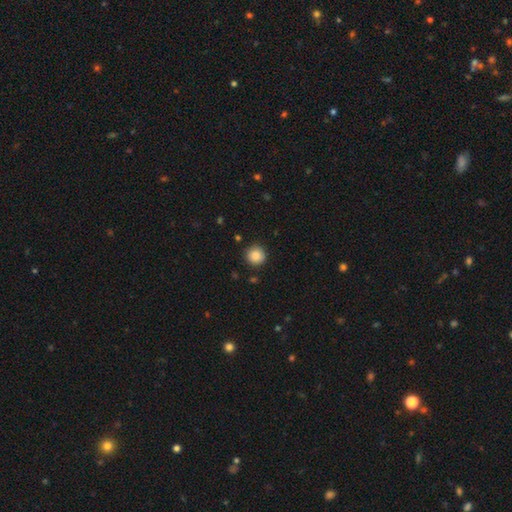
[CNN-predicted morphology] Smooth or featured? Predicted: smooth (p=0.87). How rounded? Predicted: round (p=0.95). Merging? Predicted: none (p=0.91).